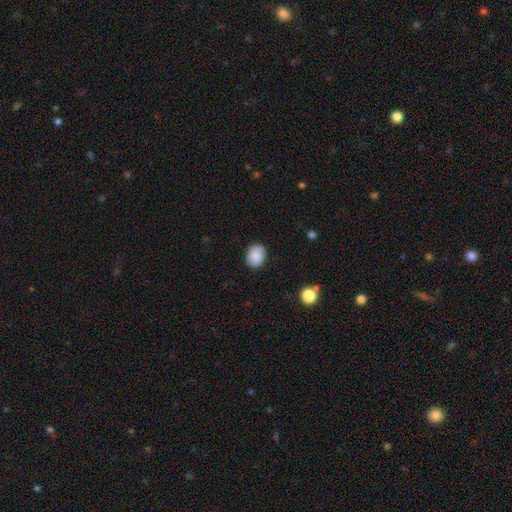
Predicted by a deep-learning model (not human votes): smooth_or_featured: smooth (p=0.84) [alt: featured or disk p=0.08]
how_rounded: in between (p=0.56) [alt: round p=0.43]
merging: none (p=0.81) [alt: minor disturbance p=0.15]